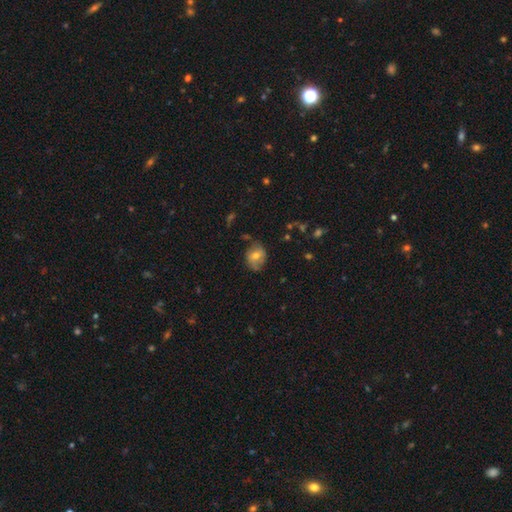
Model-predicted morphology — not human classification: Q: Smooth or featured?
A: smooth (64%); runner-up: featured or disk (27%)
Q: How rounded?
A: round (51%); runner-up: in between (48%)
Q: Merging?
A: none (64%); runner-up: minor disturbance (27%)